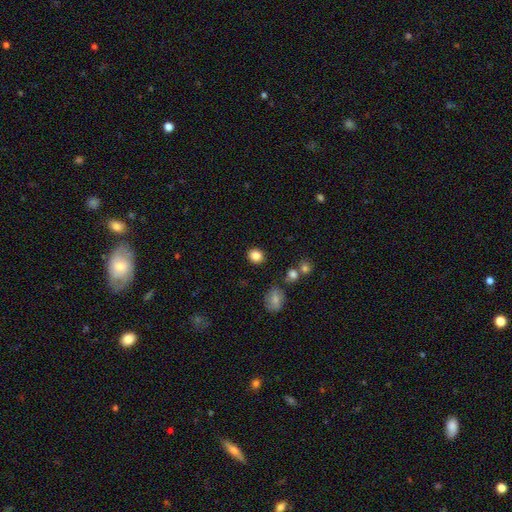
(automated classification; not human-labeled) Q: Smooth or featured?
A: smooth (86%); runner-up: star or artifact (10%)
Q: How rounded?
A: round (74%); runner-up: in between (25%)
Q: Merging?
A: none (88%); runner-up: minor disturbance (7%)